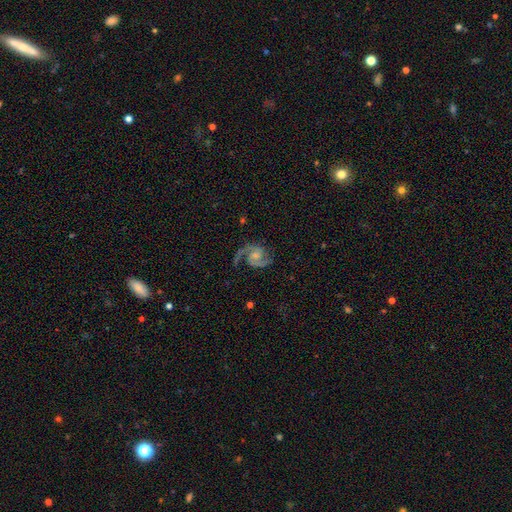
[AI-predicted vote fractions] Q: Smooth or featured?
A: featured or disk (92%); runner-up: star or artifact (5%)
Q: Edge-on disk?
A: no (98%); runner-up: yes (2%)
Q: Bar?
A: no (59%); runner-up: weak (33%)
Q: Spiral arms?
A: yes (98%); runner-up: no (2%)
Q: Spiral winding?
A: medium (60%); runner-up: tight (21%)
Q: Spiral arm count?
A: 2 (92%); runner-up: 3 (2%)
Q: Bulge size?
A: small (46%); runner-up: moderate (32%)
Q: Merging?
A: none (75%); runner-up: minor disturbance (15%)